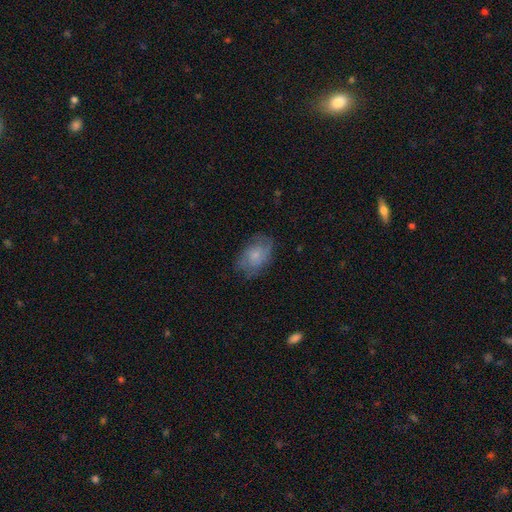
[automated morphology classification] Q: Smooth or featured?
A: smooth (51%); runner-up: featured or disk (41%)
Q: How rounded?
A: in between (81%); runner-up: round (18%)
Q: Merging?
A: none (65%); runner-up: minor disturbance (23%)